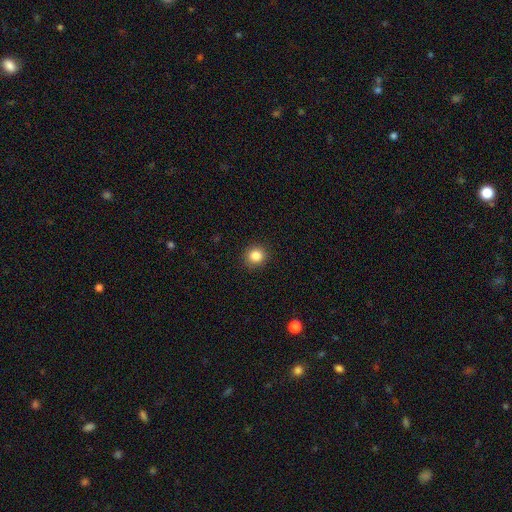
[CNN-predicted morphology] Smooth or featured: smooth — 85% (star or artifact — 11%)
How rounded: round — 91% (in between — 8%)
Merging: none — 91% (minor disturbance — 6%)